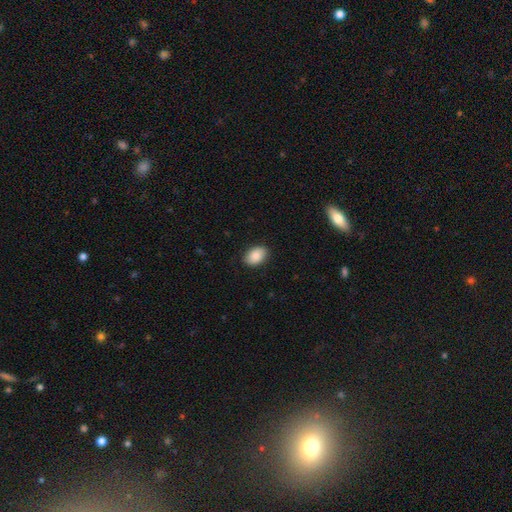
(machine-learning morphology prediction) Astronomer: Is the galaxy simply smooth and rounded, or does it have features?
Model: smooth — 90%.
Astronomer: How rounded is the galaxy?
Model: in between — 85%.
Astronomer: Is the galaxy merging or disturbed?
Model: none — 87%.